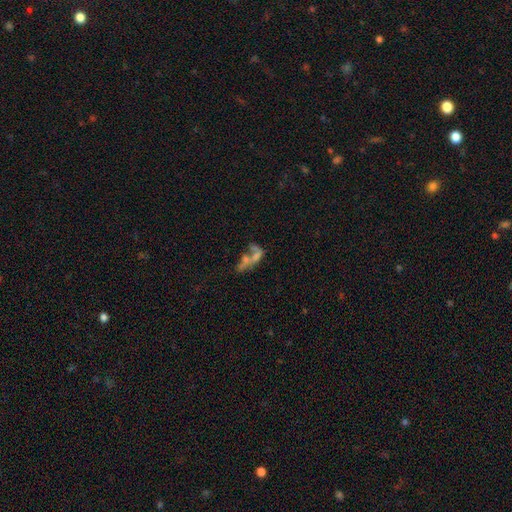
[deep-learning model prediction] Overall: featured or disk (44%; smooth 38%). Merging: merger (52%; none 20%).